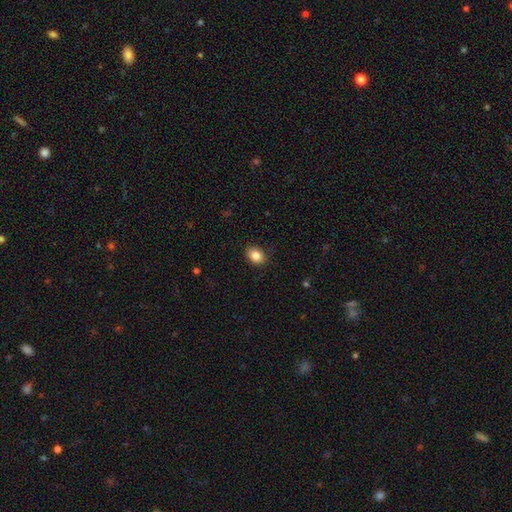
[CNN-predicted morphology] Q: Smooth or featured?
A: smooth (85%); runner-up: star or artifact (9%)
Q: How rounded?
A: in between (65%); runner-up: round (34%)
Q: Merging?
A: none (87%); runner-up: minor disturbance (10%)